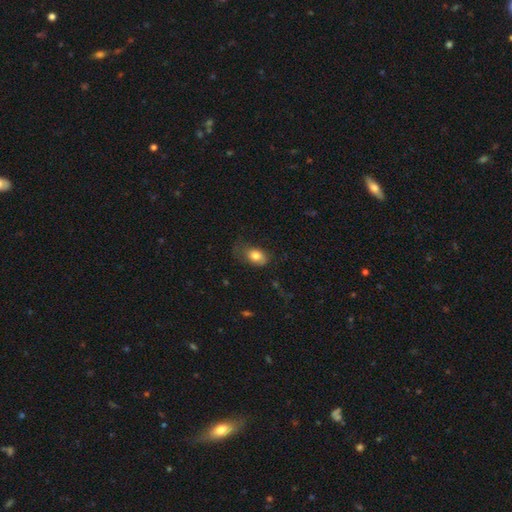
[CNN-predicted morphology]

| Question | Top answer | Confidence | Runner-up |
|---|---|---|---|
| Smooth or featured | smooth | 79% | featured or disk (13%) |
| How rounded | in between | 85% | round (13%) |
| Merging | none | 47% | minor disturbance (32%) |